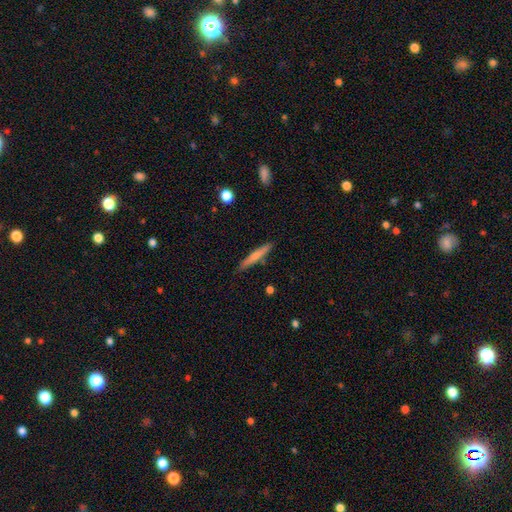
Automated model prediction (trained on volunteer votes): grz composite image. It shows a smooth galaxy with no disk features (67%) that is cigar-shaped (93%). Merging: none (85%).